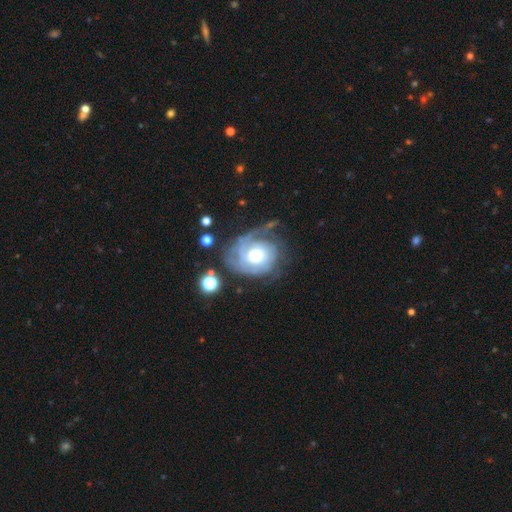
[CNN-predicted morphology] The model was most divided on "merging": none: 46%, major disturbance: 28%, minor disturbance: 23%, merger: 3%. Remaining: edge-on disk — no (97%); spiral arms — yes (82%); bar — no (81%); smooth or featured — featured or disk (74%); spiral winding — tight (58%); bulge size — moderate (57%); spiral arm count — can't tell (44%).